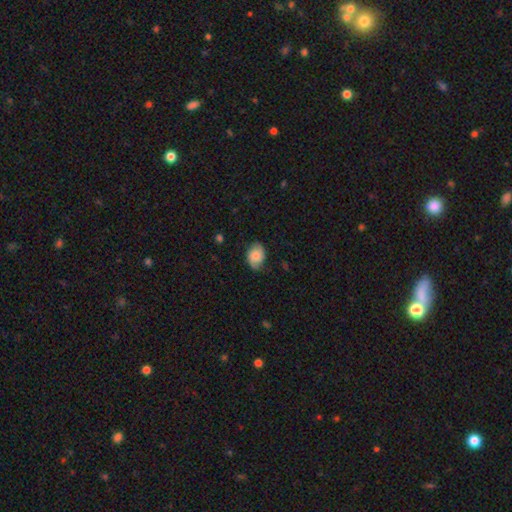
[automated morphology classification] The model was most divided on "smooth or featured": smooth: 68%, featured or disk: 25%, star or artifact: 8%. More confident: how rounded — in between (74%); merging — none (72%).